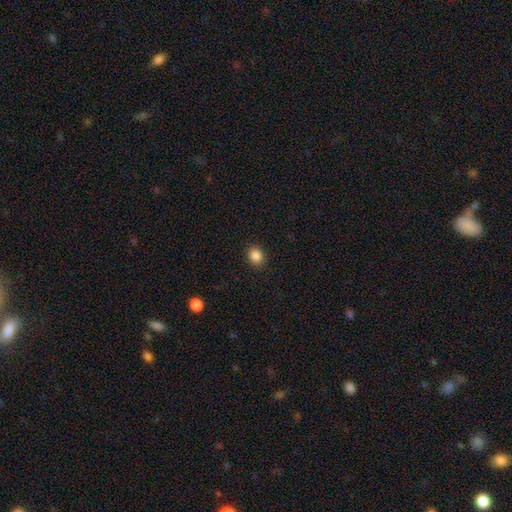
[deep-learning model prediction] A smooth galaxy with no disk features (86%) that is round (70%). Merging: none (91%).